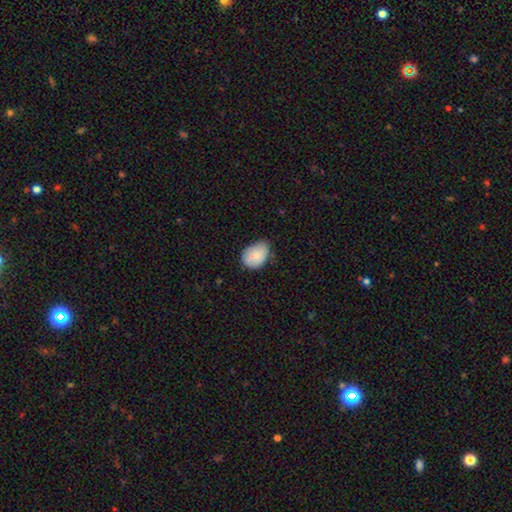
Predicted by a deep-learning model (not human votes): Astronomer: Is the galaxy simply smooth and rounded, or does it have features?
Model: smooth — 79%.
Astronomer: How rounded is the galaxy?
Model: in between — 72%.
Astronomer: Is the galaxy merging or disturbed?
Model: none — 53% (runner-up: minor disturbance, 38%).